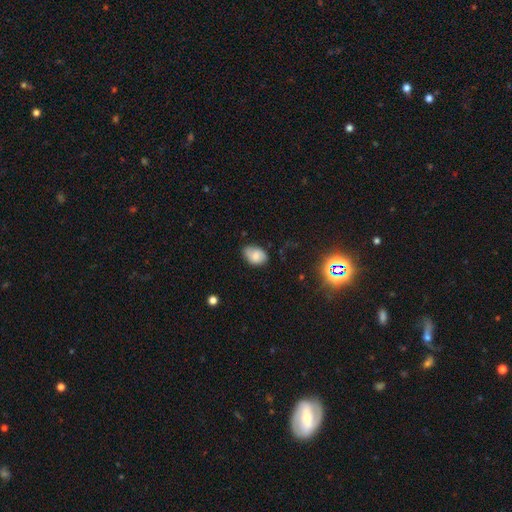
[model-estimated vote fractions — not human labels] smooth 65%, featured or disk 25%, star or artifact 10%. Down the decision tree: how rounded — in between (82%); merging — none (62%).